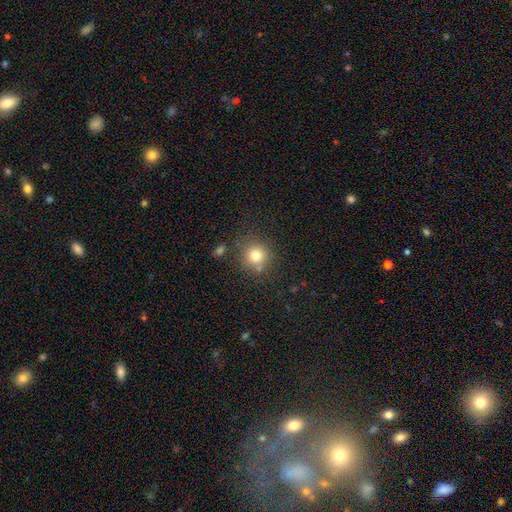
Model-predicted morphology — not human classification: Q: Smooth or featured?
A: smooth (79%); runner-up: star or artifact (13%)
Q: How rounded?
A: round (90%); runner-up: in between (9%)
Q: Merging?
A: none (77%); runner-up: minor disturbance (11%)